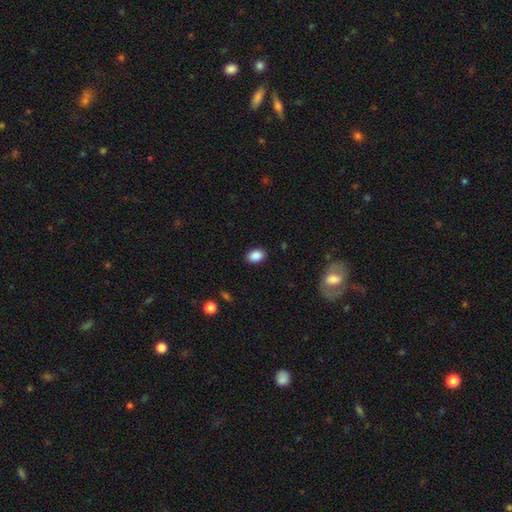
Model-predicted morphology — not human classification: A smooth galaxy with no disk features (89%) that is in between round and cigar-shaped (82%). Merging: none (88%).